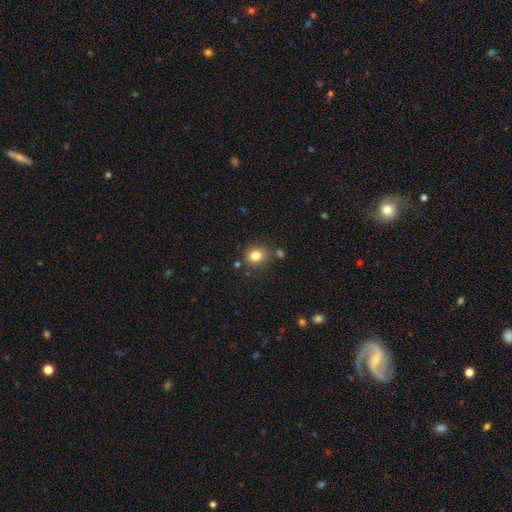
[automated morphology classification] smooth 81%, star or artifact 11%, featured or disk 7%. Down the decision tree: how rounded — round (60%); merging — none (76%).